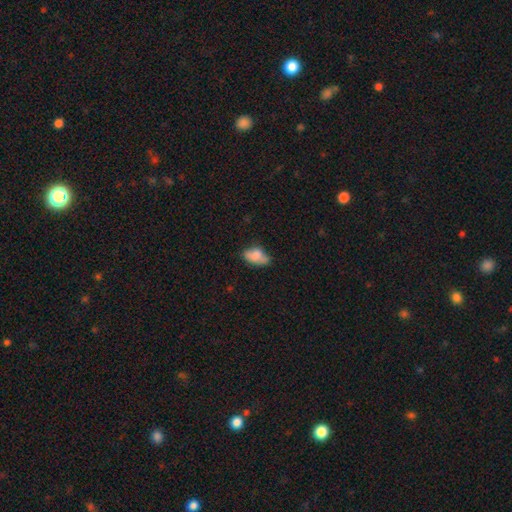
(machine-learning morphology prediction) smooth-or-featured: smooth: 73% | featured or disk: 18% | star or artifact: 9%
  how-rounded: in between: 88% | round: 8% | cigar-shaped: 4%
  merging: none: 48% | minor disturbance: 34% | major disturbance: 11% | merger: 7%